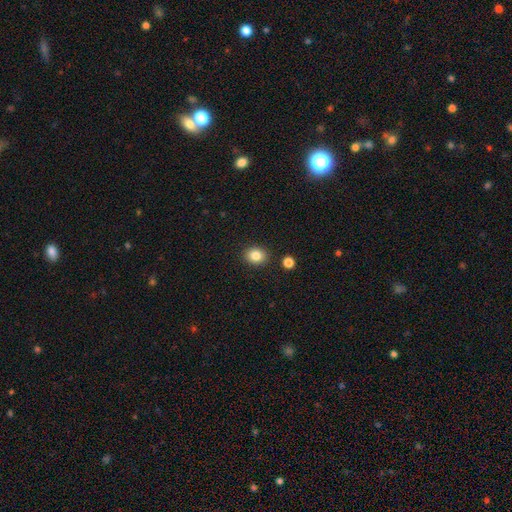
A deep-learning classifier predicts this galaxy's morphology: Smooth or featured? smooth (84%)
How rounded? round (58%)
Merging? none (88%)